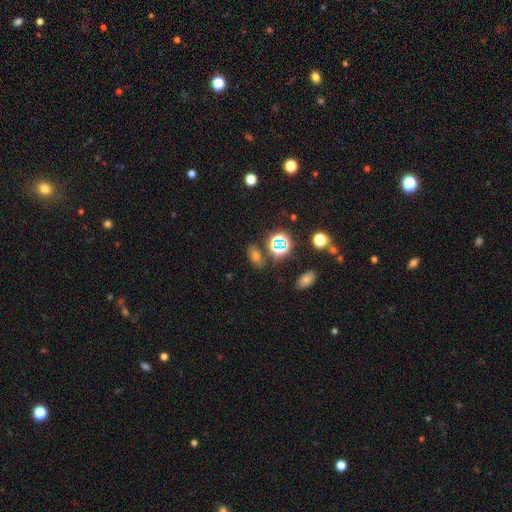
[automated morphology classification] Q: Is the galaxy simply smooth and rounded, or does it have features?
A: smooth — 47%.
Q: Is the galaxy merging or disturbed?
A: none — 77%.